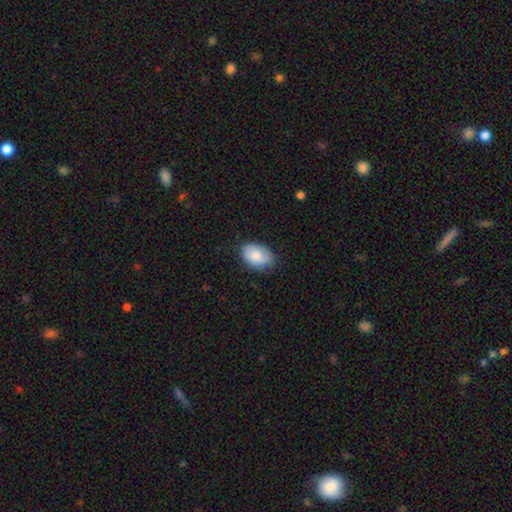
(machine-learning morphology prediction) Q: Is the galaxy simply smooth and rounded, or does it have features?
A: smooth — 81%.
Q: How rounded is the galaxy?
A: in between — 88%.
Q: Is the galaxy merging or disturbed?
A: none — 73%.